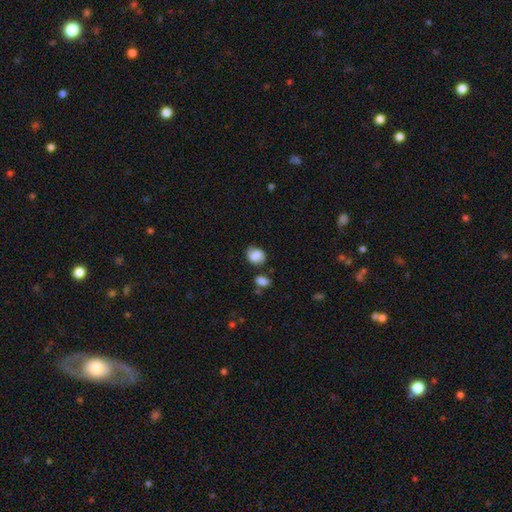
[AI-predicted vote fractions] The model was most divided on "how rounded": in between: 53%, round: 46%, cigar-shaped: 1%. More confident: smooth or featured — smooth (75%); merging — none (62%).